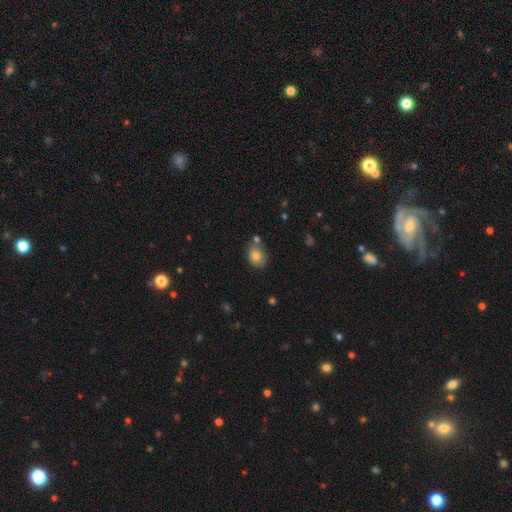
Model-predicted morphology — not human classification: Smooth or featured? Predicted: smooth (p=0.82). How rounded? Predicted: in between (p=0.55). Merging? Predicted: none (p=0.62).